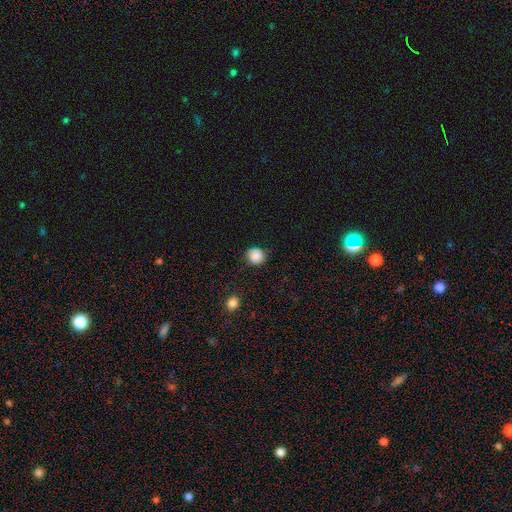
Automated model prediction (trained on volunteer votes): Smooth or featured? smooth (87%)
How rounded? round (90%)
Merging? none (86%)